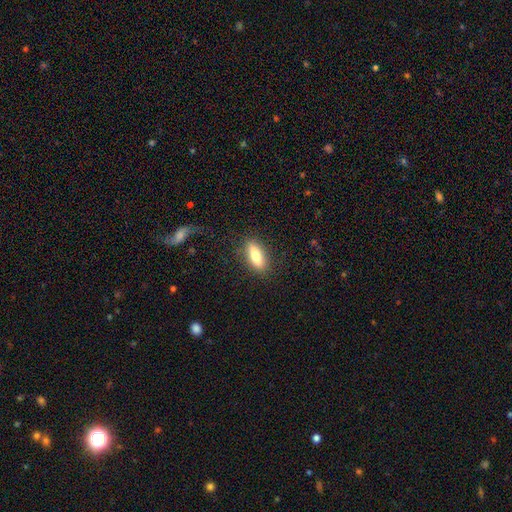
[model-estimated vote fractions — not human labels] Q: Smooth or featured?
A: smooth (70%); runner-up: featured or disk (24%)
Q: How rounded?
A: in between (59%); runner-up: cigar-shaped (38%)
Q: Merging?
A: none (83%); runner-up: minor disturbance (11%)